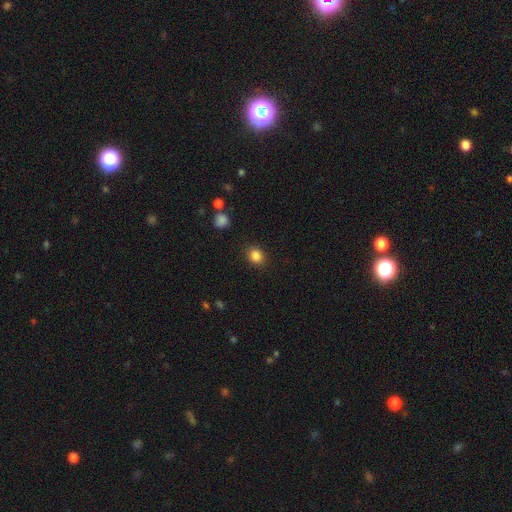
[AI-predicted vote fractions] Smooth or featured? Predicted: smooth (p=0.85). How rounded? Predicted: round (p=0.67). Merging? Predicted: none (p=0.88).